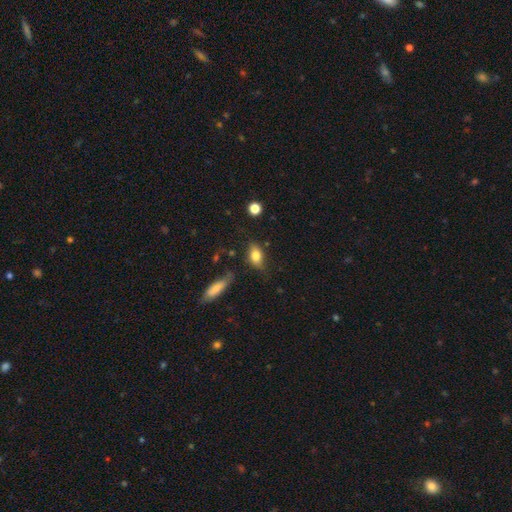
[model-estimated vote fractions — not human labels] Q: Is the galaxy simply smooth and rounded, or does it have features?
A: smooth — 74%.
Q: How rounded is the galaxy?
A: in between — 80%.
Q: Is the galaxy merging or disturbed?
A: none — 66%.